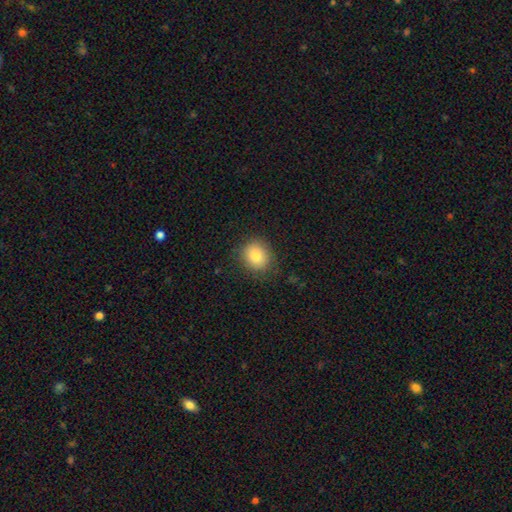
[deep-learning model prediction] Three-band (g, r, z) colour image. It shows a smooth galaxy with no disk features (84%) that is round (70%). Merging: none (85%).